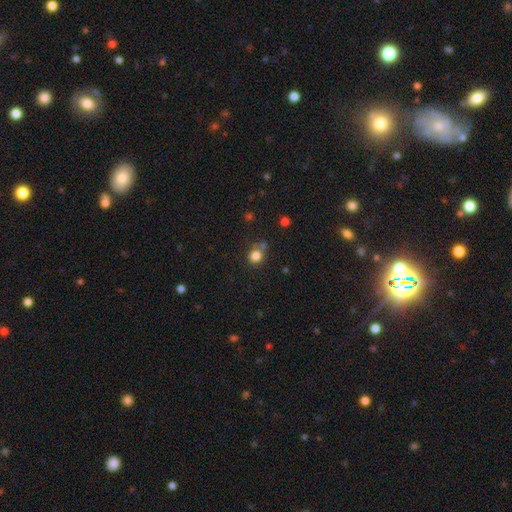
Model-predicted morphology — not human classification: A smooth galaxy with no disk features (81%) that is round (82%). Merging: none (65%).